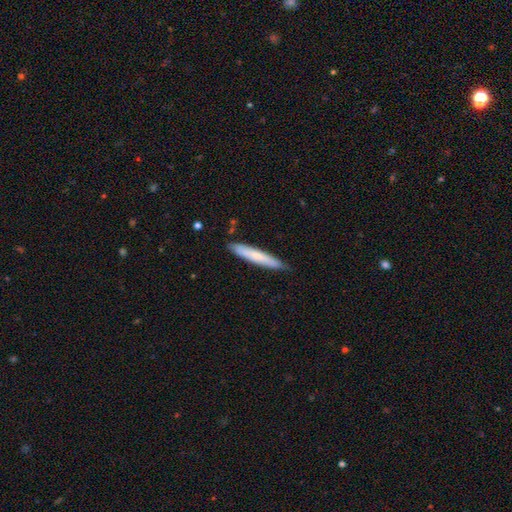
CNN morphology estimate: Smooth or featured: smooth — 68% (featured or disk — 27%)
How rounded: cigar-shaped — 94% (in between — 5%)
Merging: none — 85% (minor disturbance — 12%)